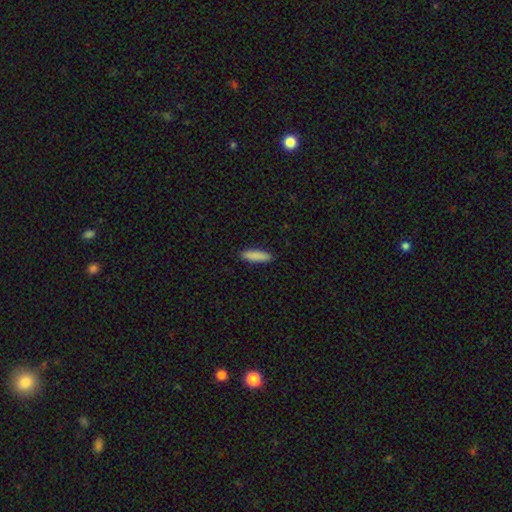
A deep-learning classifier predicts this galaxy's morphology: type=smooth (88%); roundness=cigar-shaped (65%); merging=none (90%).